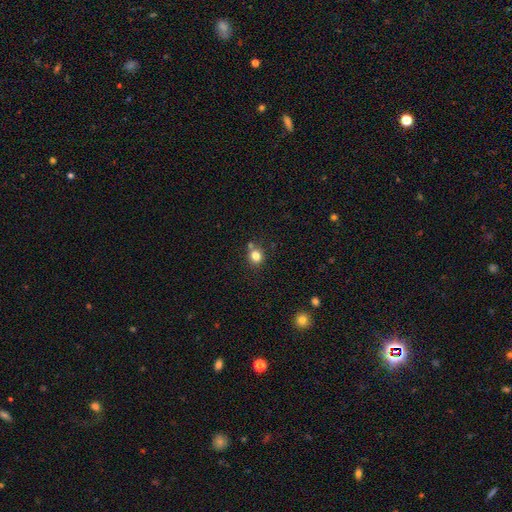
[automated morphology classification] smooth-or-featured: smooth: 80% | star or artifact: 13% | featured or disk: 7%
  how-rounded: round: 83% | in between: 16% | cigar-shaped: 1%
  merging: none: 71% | merger: 14% | minor disturbance: 11% | major disturbance: 3%